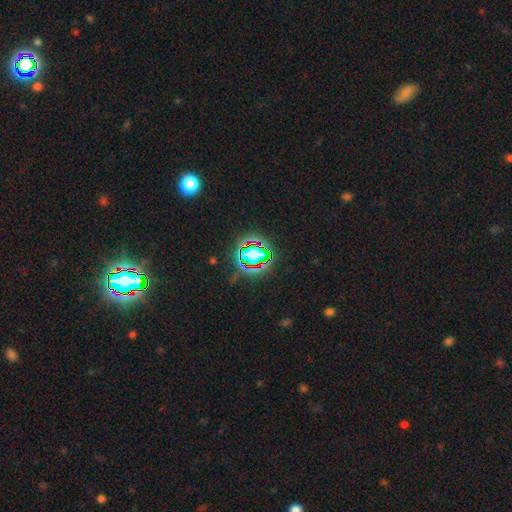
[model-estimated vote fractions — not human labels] smooth_or_featured: star or artifact (p=0.74) [alt: smooth p=0.16]